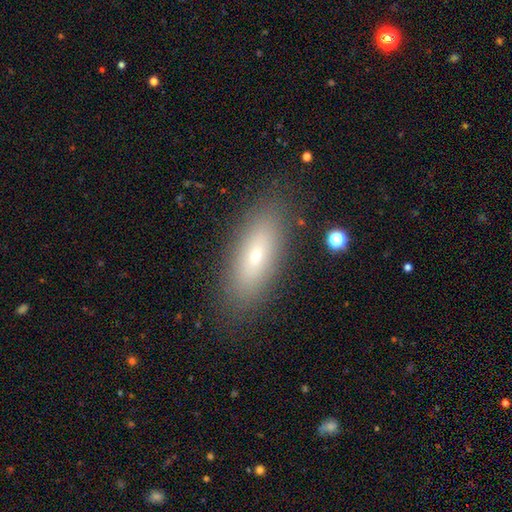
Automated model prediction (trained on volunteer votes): This appears to be a smooth galaxy with no disk features (65%) that is in between round and cigar-shaped (66%). Merging: none (85%).